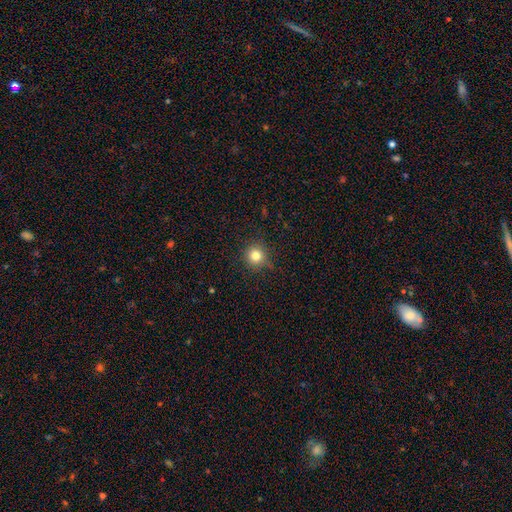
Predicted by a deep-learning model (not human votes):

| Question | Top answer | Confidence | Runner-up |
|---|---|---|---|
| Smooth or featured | smooth | 80% | star or artifact (14%) |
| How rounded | round | 94% | in between (5%) |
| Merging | none | 87% | minor disturbance (9%) |